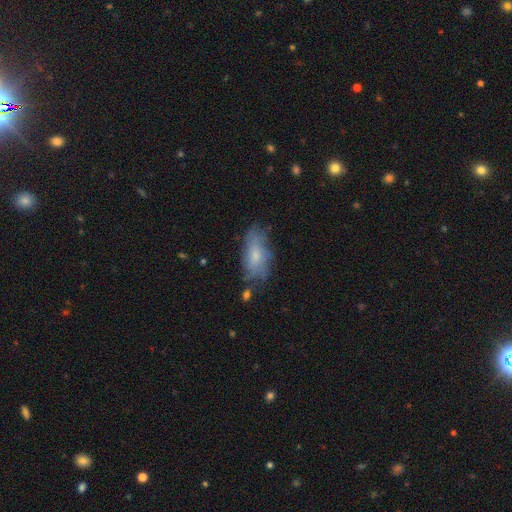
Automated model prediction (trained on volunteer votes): Smooth or featured? smooth (53%)
How rounded? in between (86%)
Merging? none (58%)